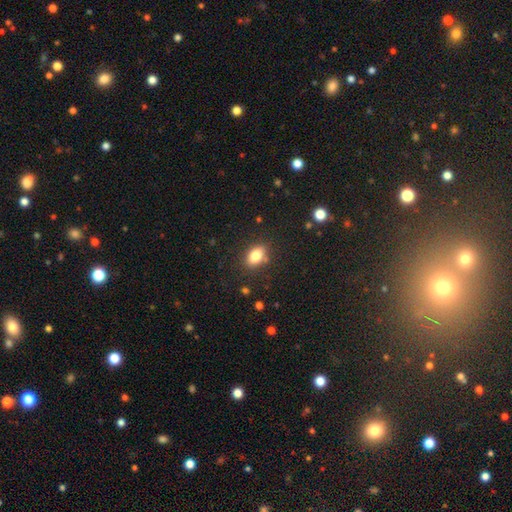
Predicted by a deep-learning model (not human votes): Morphology: type=smooth (81%); roundness=in between (82%); merging=none (82%).